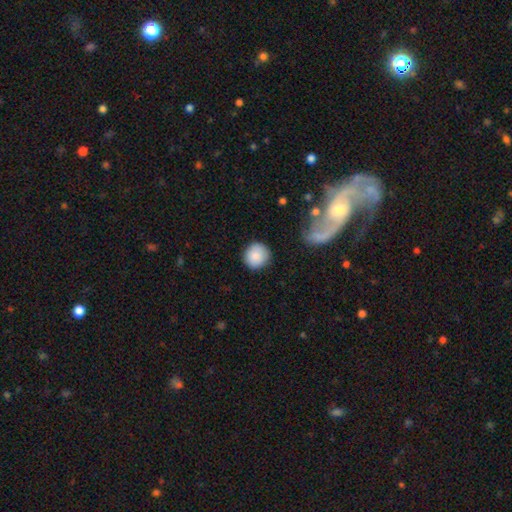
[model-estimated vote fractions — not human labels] Morphology: type=smooth (87%); roundness=round (93%); merging=none (87%).